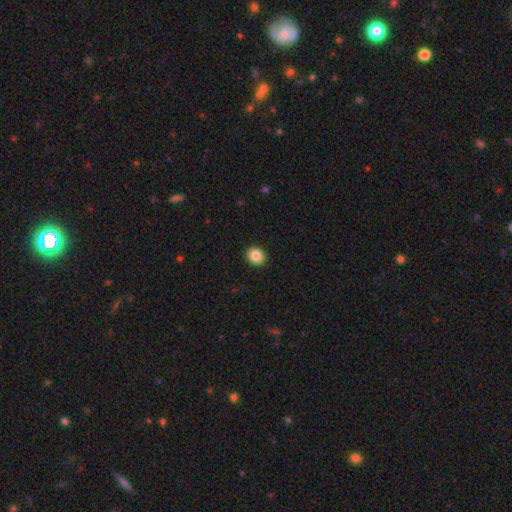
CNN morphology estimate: Smooth or featured: smooth — 87% (star or artifact — 9%)
How rounded: round — 66% (in between — 33%)
Merging: none — 92% (minor disturbance — 6%)